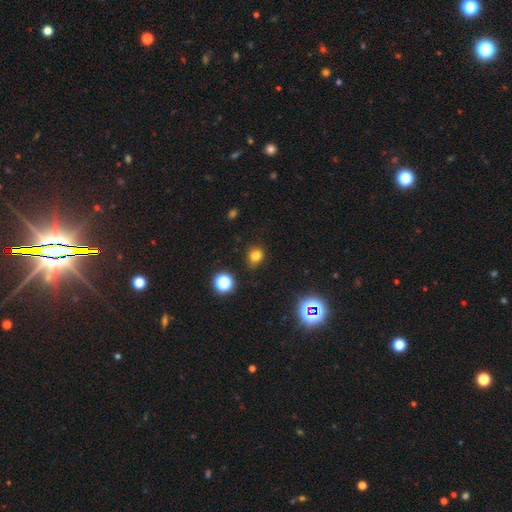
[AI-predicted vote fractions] Smooth or featured? Predicted: smooth (p=0.76). How rounded? Predicted: round (p=0.70). Merging? Predicted: none (p=0.82).